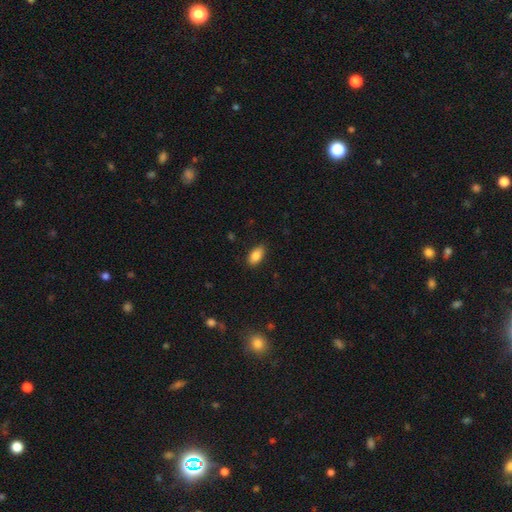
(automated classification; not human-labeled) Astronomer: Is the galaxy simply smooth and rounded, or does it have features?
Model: smooth — 86%.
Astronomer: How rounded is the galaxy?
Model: in between — 91%.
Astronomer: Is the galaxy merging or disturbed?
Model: none — 83%.